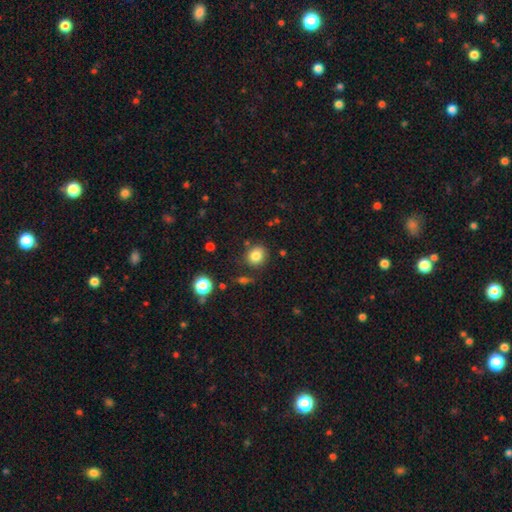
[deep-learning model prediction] Q: Smooth or featured?
A: smooth (83%); runner-up: star or artifact (11%)
Q: How rounded?
A: round (75%); runner-up: in between (24%)
Q: Merging?
A: none (81%); runner-up: minor disturbance (12%)